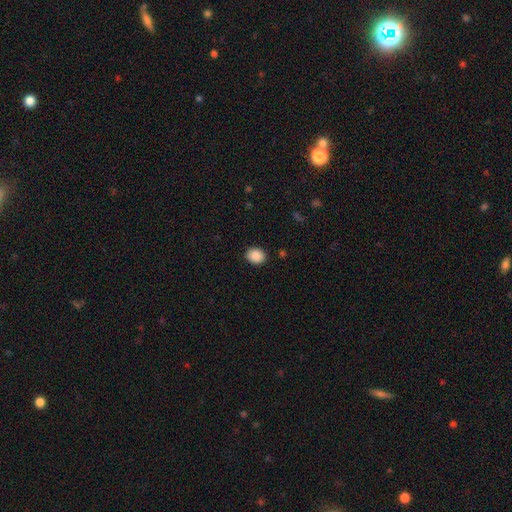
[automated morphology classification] type=smooth (89%); roundness=round (51%); merging=none (89%).